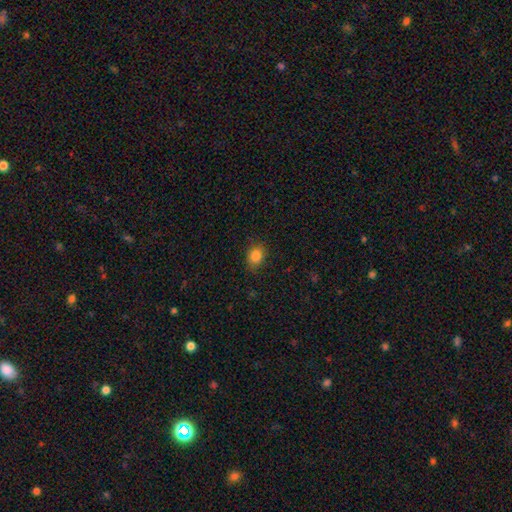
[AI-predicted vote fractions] Q: Smooth or featured?
A: smooth (84%); runner-up: star or artifact (10%)
Q: How rounded?
A: in between (53%); runner-up: round (46%)
Q: Merging?
A: none (81%); runner-up: minor disturbance (15%)